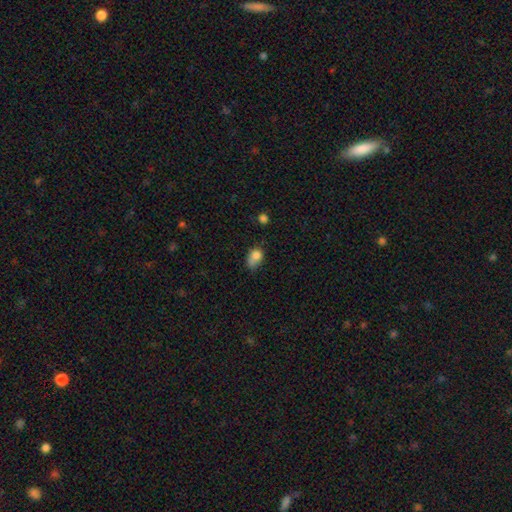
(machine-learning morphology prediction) This appears to be a smooth galaxy with no disk features (79%) that is in between round and cigar-shaped (63%). Merging: minor disturbance (38%).